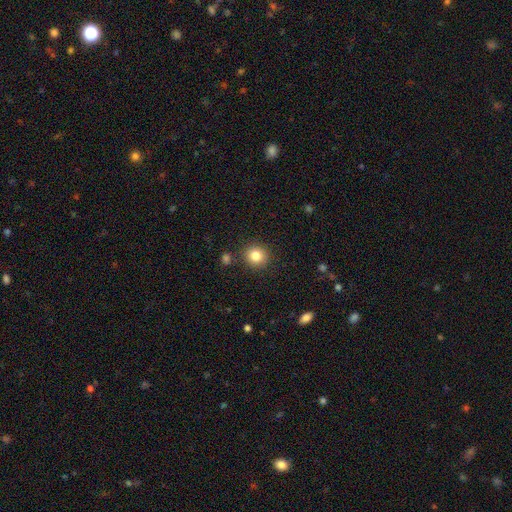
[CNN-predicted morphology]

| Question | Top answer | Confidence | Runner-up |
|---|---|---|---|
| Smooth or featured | smooth | 83% | star or artifact (11%) |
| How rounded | round | 90% | in between (9%) |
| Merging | none | 88% | minor disturbance (7%) |